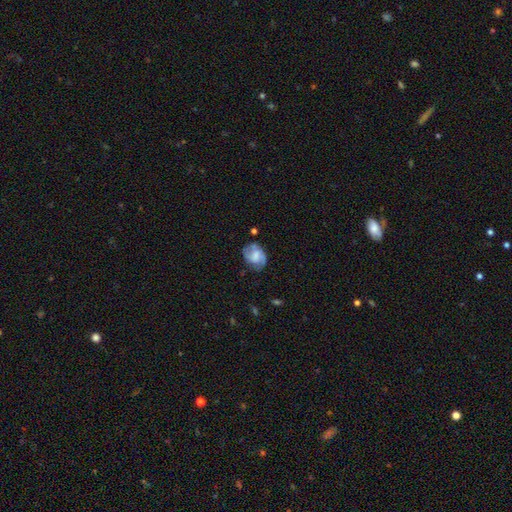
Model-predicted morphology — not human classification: Smooth or featured? Predicted: featured or disk (p=0.60). Edge-on disk? Predicted: no (p=0.97). Bar? Predicted: weak (p=0.44). Spiral arms? Predicted: yes (p=0.83). Bulge size? Predicted: moderate (p=0.31). Merging? Predicted: none (p=0.62).